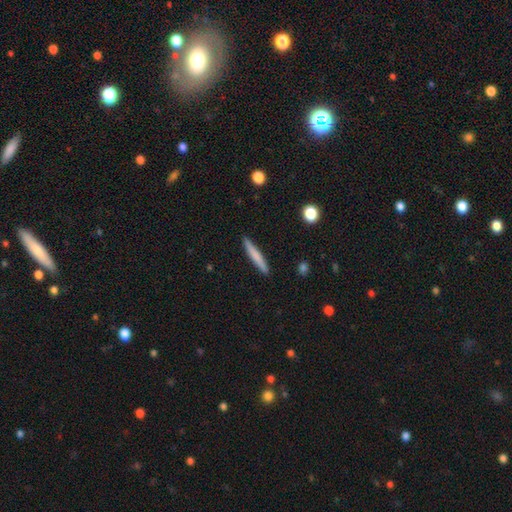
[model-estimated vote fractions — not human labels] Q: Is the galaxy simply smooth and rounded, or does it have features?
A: smooth — 71%.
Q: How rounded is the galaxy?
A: cigar-shaped — 95%.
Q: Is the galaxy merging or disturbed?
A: none — 91%.